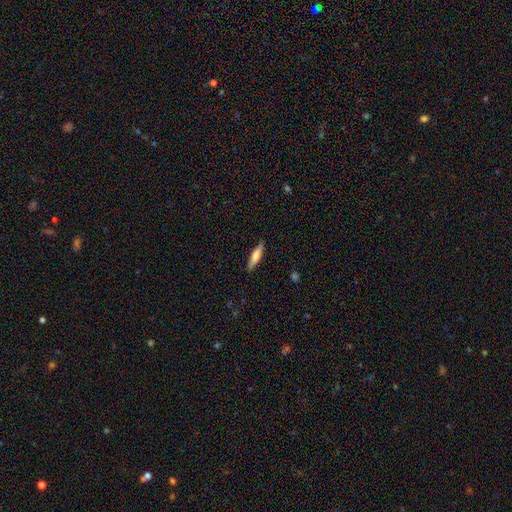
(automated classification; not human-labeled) This is likely a smooth galaxy (65%). How rounded: likely cigar-shaped (78%). Merging: clearly none (88%).